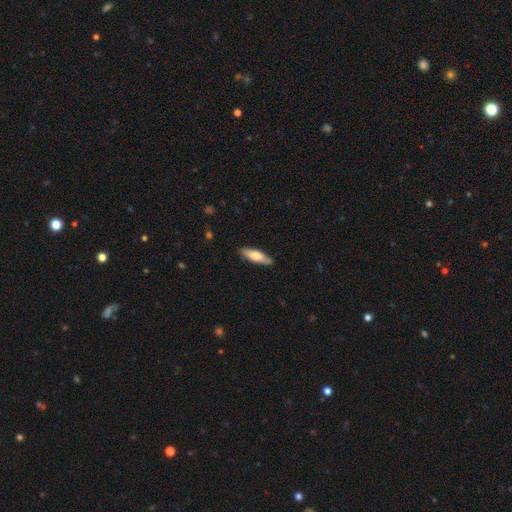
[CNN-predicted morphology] Smooth or featured: smooth — 68% (featured or disk — 26%)
How rounded: cigar-shaped — 50% (in between — 48%)
Merging: none — 86% (minor disturbance — 11%)